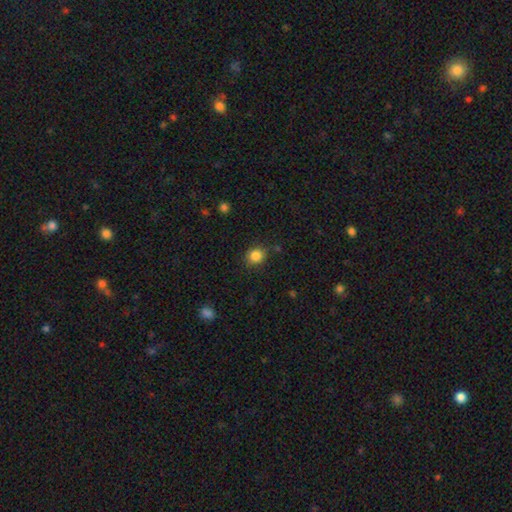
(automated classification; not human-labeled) Morphology: type=smooth (85%); roundness=round (81%); merging=none (84%).